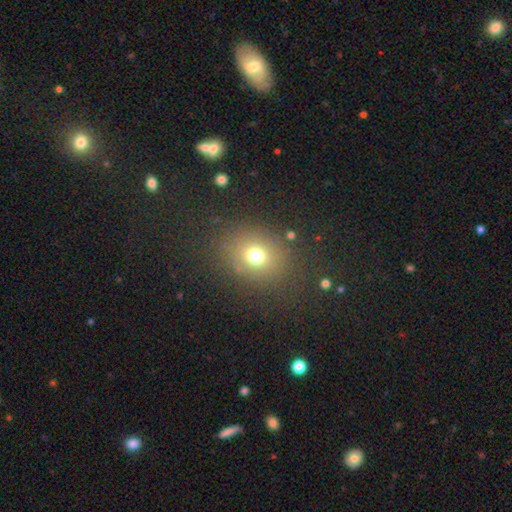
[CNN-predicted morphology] This is likely a smooth galaxy (70%). How rounded: likely round (67%). Merging: clearly none (81%).